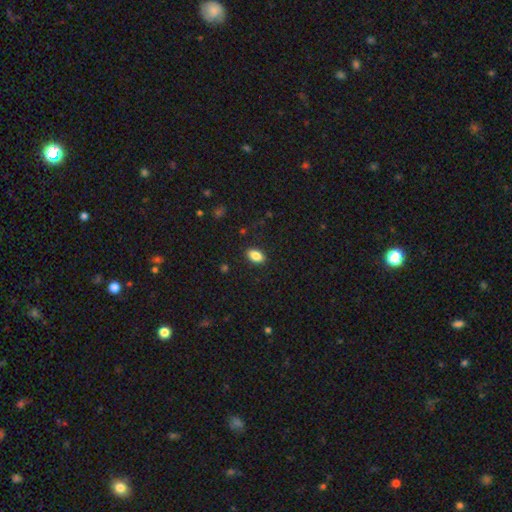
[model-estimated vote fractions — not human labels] smooth-or-featured: smooth: 85% | star or artifact: 8% | featured or disk: 6%
  how-rounded: in between: 90% | round: 7% | cigar-shaped: 3%
  merging: none: 88% | minor disturbance: 9% | major disturbance: 2% | merger: 1%